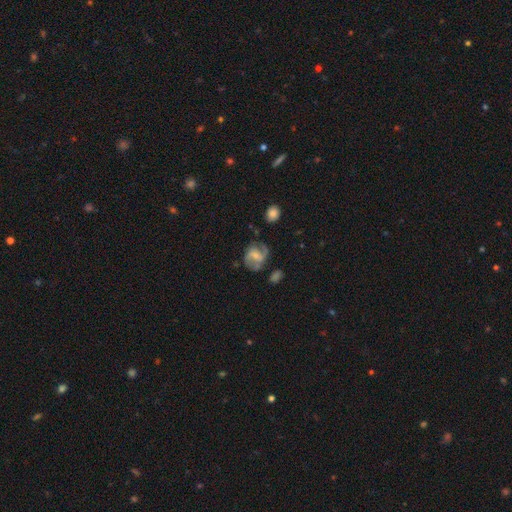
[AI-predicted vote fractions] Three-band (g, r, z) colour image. It shows a featured or disk galaxy (74%) with a weak bar (47%), 2 (79%) medium (50%) spiral arms (90%) and a small central bulge (55%). Merging: none (62%).